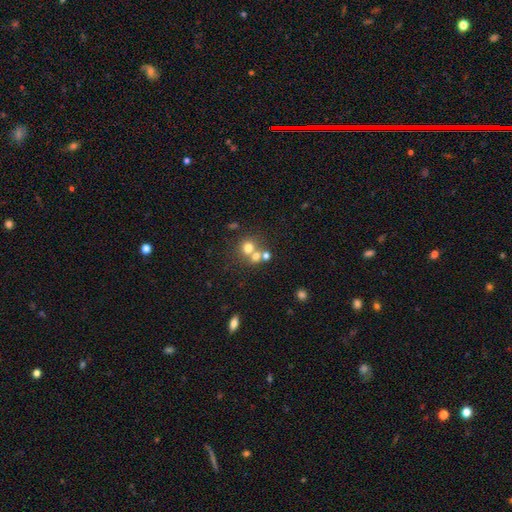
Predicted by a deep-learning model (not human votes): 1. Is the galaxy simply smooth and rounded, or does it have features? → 67% smooth, 17% featured or disk, 16% star or artifact.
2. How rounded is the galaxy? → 82% round, 17% in between, 1% cigar-shaped.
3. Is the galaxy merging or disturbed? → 47% merger, 43% none, 7% minor disturbance, 4% major disturbance.